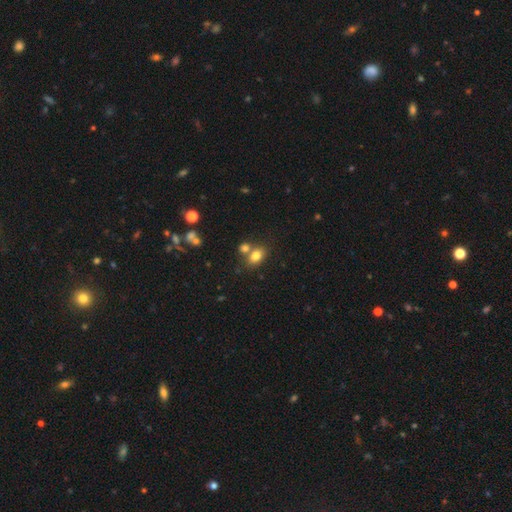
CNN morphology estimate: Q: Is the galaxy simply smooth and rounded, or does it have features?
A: smooth — 78%.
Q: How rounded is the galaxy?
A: in between — 74%.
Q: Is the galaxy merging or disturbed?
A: none — 50%.